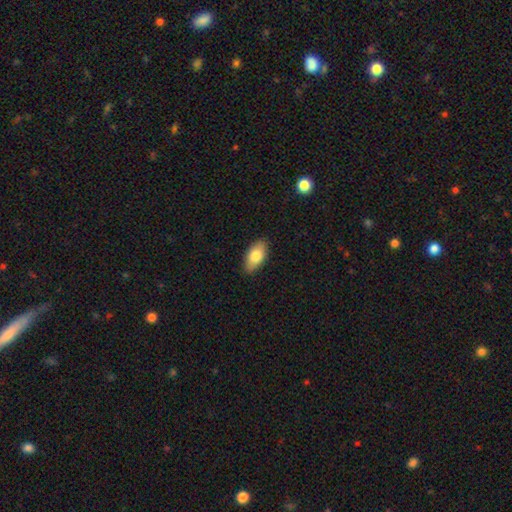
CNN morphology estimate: This appears to be a smooth galaxy with no disk features (79%) that is in between round and cigar-shaped (92%). Merging: none (86%).